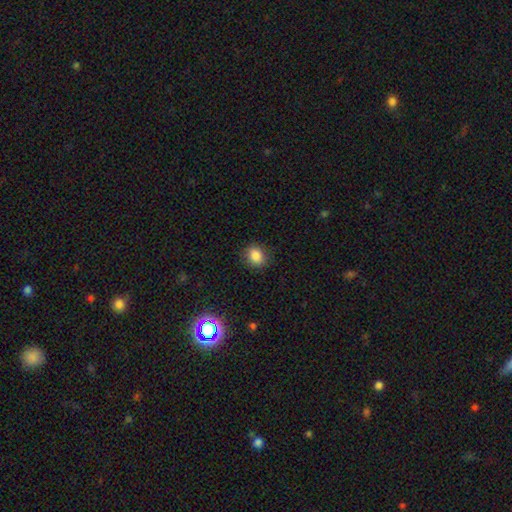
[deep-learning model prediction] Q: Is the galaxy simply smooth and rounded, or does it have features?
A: smooth — 85%.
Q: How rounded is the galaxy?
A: round — 63%.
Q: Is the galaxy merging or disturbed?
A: none — 84%.